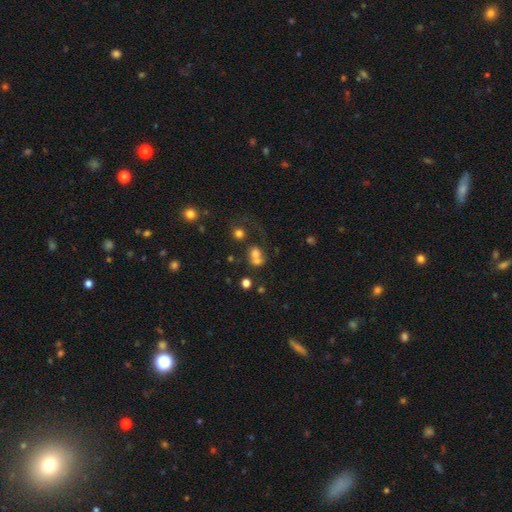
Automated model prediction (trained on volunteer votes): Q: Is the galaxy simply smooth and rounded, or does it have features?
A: smooth — 65%.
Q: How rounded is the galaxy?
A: round — 67%.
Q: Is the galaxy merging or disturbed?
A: merger — 59%.